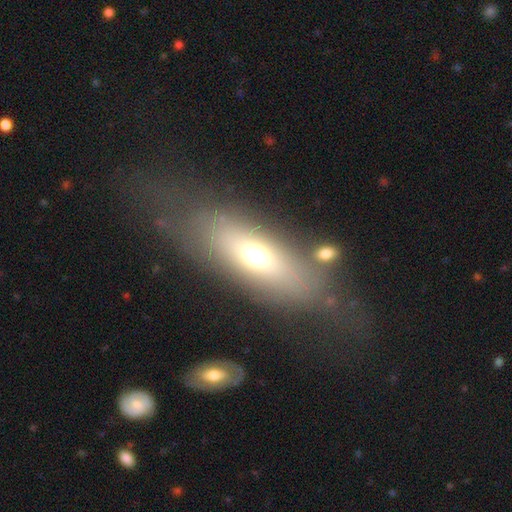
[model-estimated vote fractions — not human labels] smooth 57%, featured or disk 33%, star or artifact 10%. Down the decision tree: how rounded — in between (65%); merging — none (60%).